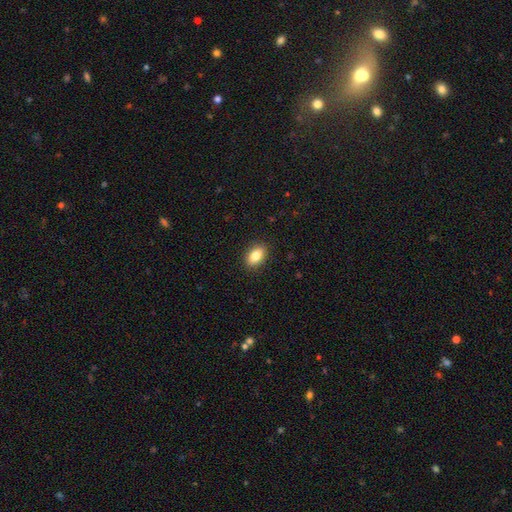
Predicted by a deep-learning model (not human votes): Smooth or featured? smooth (82%)
How rounded? in between (85%)
Merging? none (89%)